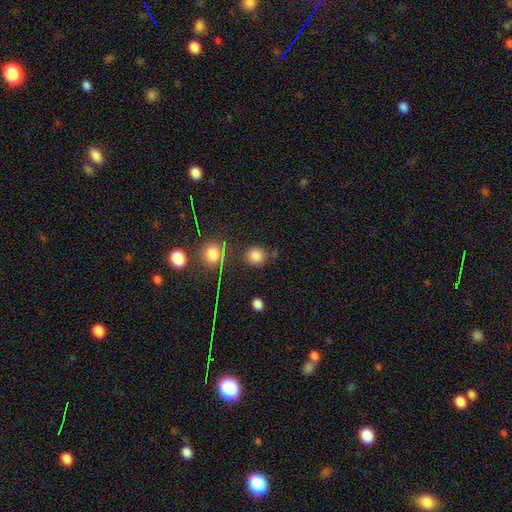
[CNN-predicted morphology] This is likely a smooth galaxy (77%). How rounded: clearly round (85%). Merging: likely none (79%).